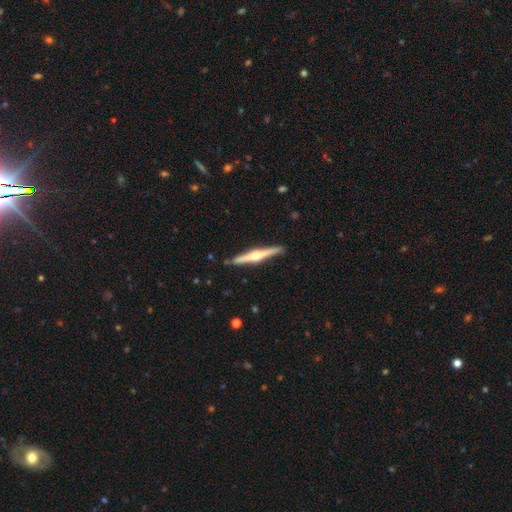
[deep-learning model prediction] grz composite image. It shows a featured or disk galaxy (75%) viewed edge-on (98%) with a rounded central bulge (91%). Merging: none (90%).